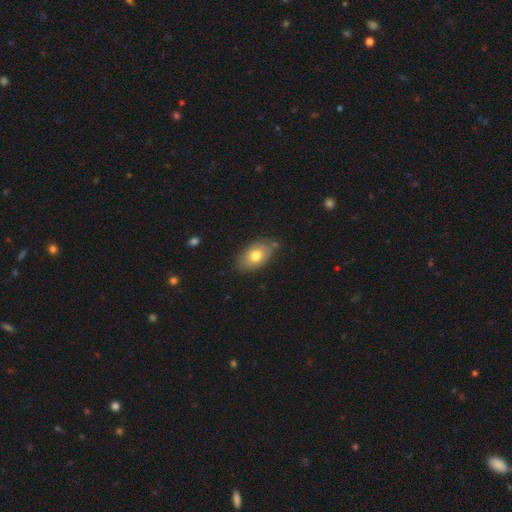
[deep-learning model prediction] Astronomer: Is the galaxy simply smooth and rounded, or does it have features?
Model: smooth — 72%.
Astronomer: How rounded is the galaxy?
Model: in between — 89%.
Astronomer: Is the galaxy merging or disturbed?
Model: none — 76%.